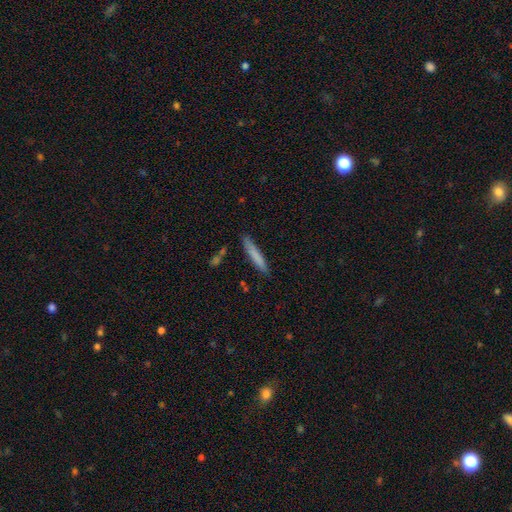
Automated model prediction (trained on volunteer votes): A smooth galaxy with no disk features (78%) that is cigar-shaped (94%).

Vote fractions:
- Smooth or featured? smooth: 78% / featured or disk: 16% / star or artifact: 6%
- How rounded? cigar-shaped: 94% / in between: 5% / round: 1%
- Merging? none: 86% / minor disturbance: 10% / merger: 2% / major disturbance: 2%